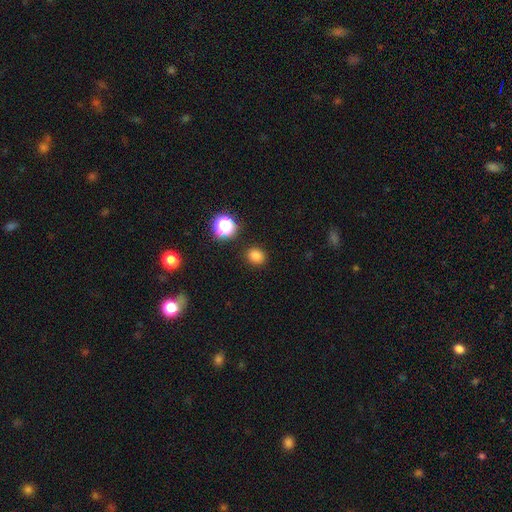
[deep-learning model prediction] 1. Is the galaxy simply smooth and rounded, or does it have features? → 80% smooth, 16% star or artifact, 4% featured or disk.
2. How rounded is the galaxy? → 67% round, 32% in between, 1% cigar-shaped.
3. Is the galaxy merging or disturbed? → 88% none, 8% minor disturbance, 3% major disturbance, 2% merger.